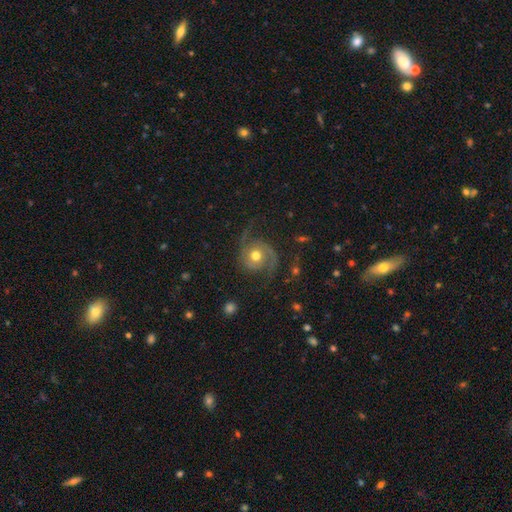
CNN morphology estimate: smooth-or-featured: featured or disk: 82% | smooth: 11% | star or artifact: 7%
  disk-edge-on: no: 98% | yes: 2%
    bar: no: 76% | weak: 19% | strong: 5%
    has-spiral-arms: yes: 96% | no: 4%
      spiral-winding: medium: 50% | loose: 32% | tight: 18%
      spiral-arm-count: 2: 90% | 1: 3% | can't tell: 3% | 3: 2% | 4: 1% | more than 4: 1%
    bulge-size: moderate: 76% | small: 13% | large: 9% | dominant: 1% | none: 1%
  merging: none: 71% | minor disturbance: 16% | major disturbance: 12% | merger: 2%